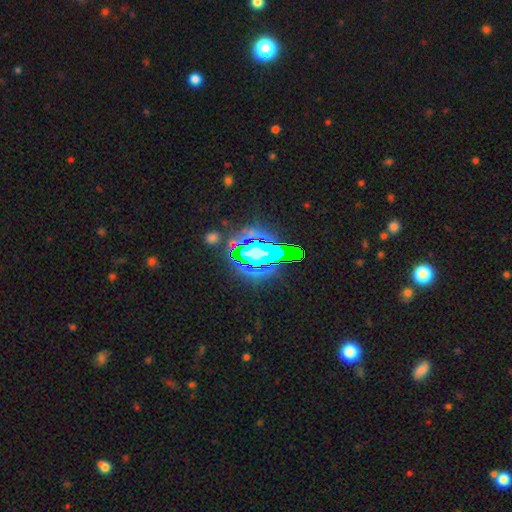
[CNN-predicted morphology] smooth-or-featured: star or artifact: 80% | smooth: 11% | featured or disk: 9%